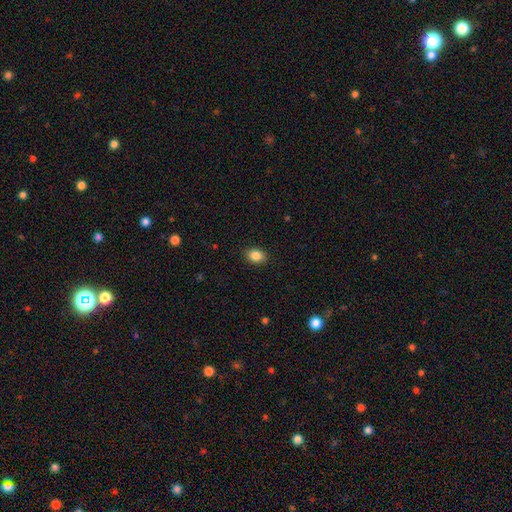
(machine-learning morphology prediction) smooth-or-featured: smooth: 86% | star or artifact: 9% | featured or disk: 5%
  how-rounded: in between: 73% | round: 26% | cigar-shaped: 1%
  merging: none: 89% | minor disturbance: 8% | major disturbance: 2% | merger: 1%